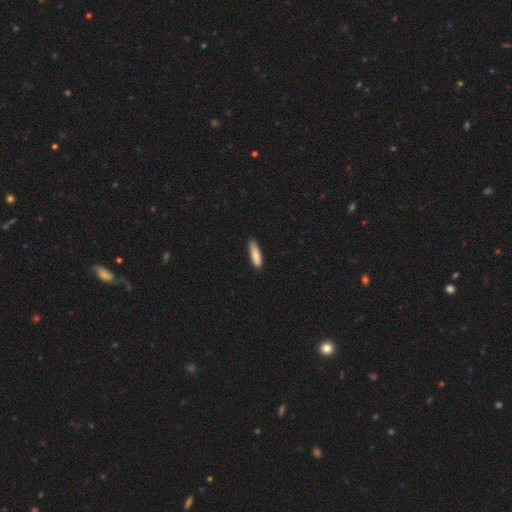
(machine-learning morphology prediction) Smooth or featured? Predicted: smooth (p=0.85). How rounded? Predicted: cigar-shaped (p=0.71). Merging? Predicted: none (p=0.78).